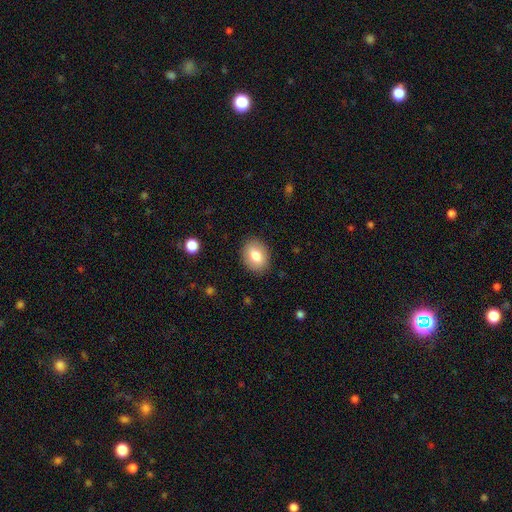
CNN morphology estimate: This is clearly a smooth galaxy (81%). How rounded: likely in between (68%). Merging: clearly none (87%).